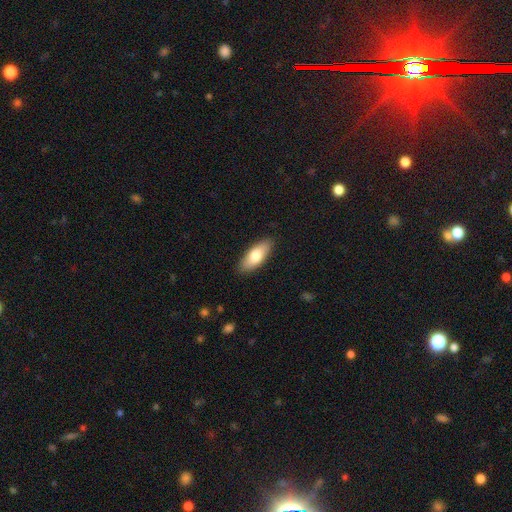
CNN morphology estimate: smooth 76%, featured or disk 18%, star or artifact 6%. Down the decision tree: how rounded — in between (76%); merging — none (87%).